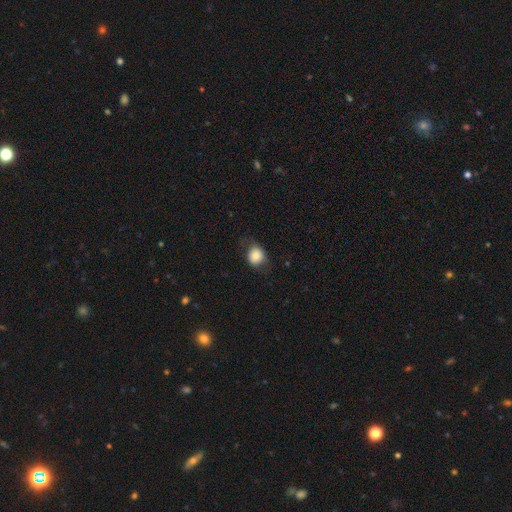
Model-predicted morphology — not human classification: smooth 76%, featured or disk 15%, star or artifact 9%. Down the decision tree: how rounded — round (62%); merging — none (65%).